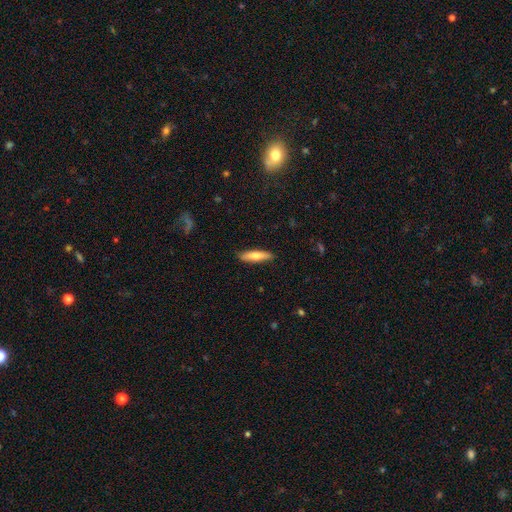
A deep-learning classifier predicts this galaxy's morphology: A smooth galaxy with no disk features (71%) that is cigar-shaped (73%). Merging: none (89%).